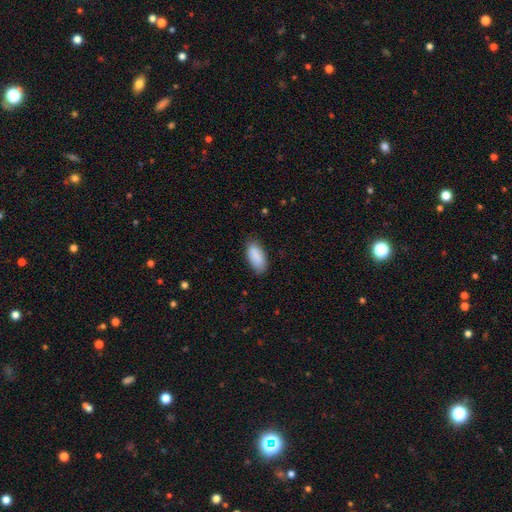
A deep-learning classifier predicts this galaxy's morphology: smooth-or-featured: smooth: 88% | star or artifact: 6% | featured or disk: 6%
  how-rounded: in between: 91% | cigar-shaped: 7% | round: 2%
  merging: none: 78% | minor disturbance: 17% | major disturbance: 3% | merger: 1%